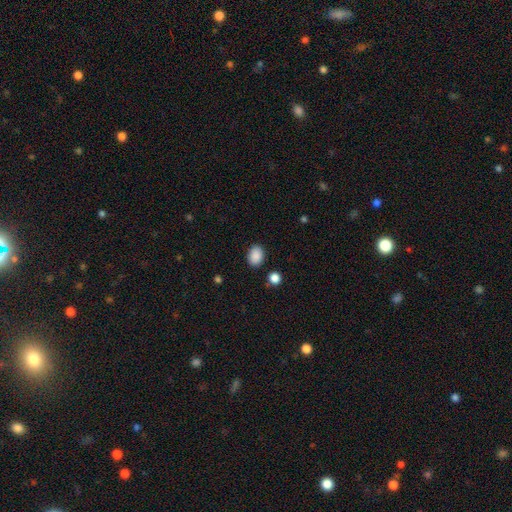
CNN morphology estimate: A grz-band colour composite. It shows a smooth galaxy with no disk features (89%) that is in between round and cigar-shaped (73%). Merging: none (86%).